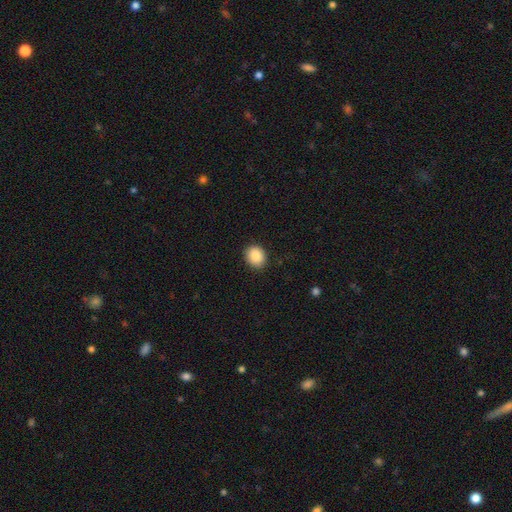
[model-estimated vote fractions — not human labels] This appears to be a smooth galaxy with no disk features (88%) that is round (65%). Merging: none (89%).